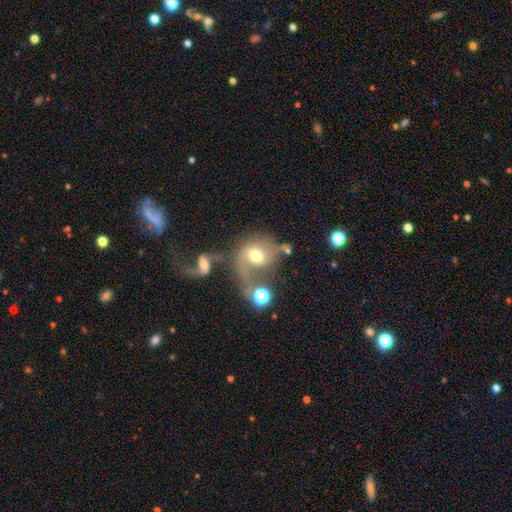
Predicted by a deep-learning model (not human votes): Smooth or featured? featured or disk (47%)
Merging? merger (36%)